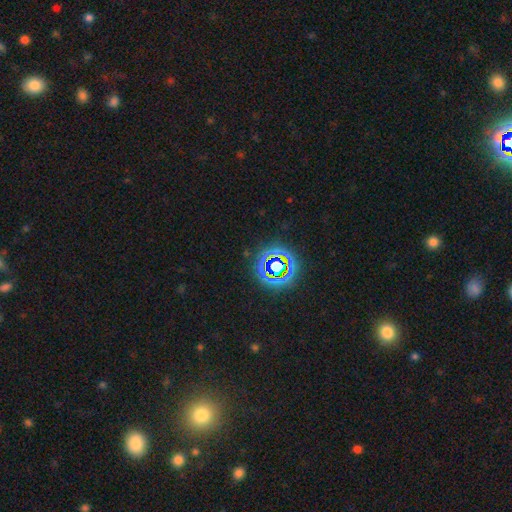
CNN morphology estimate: Smooth or featured?
  - star or artifact: 76% *
  - smooth: 15%
  - featured or disk: 9%